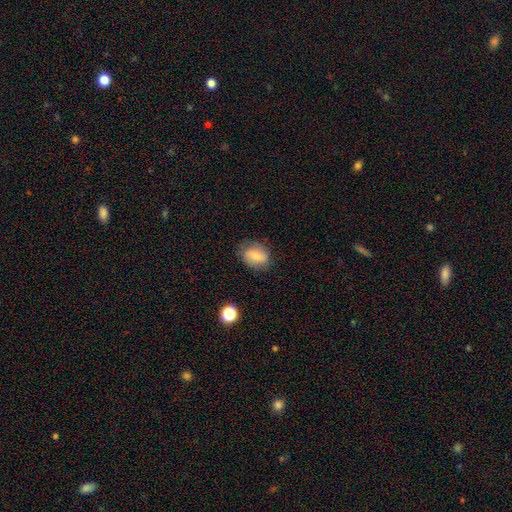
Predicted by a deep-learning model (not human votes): Smooth or featured?
  - smooth: 69% *
  - featured or disk: 22%
  - star or artifact: 9%
How rounded?
  - in between: 55% *
  - round: 44%
  - cigar-shaped: 1%
Merging?
  - none: 74% *
  - minor disturbance: 20%
  - major disturbance: 5%
  - merger: 1%